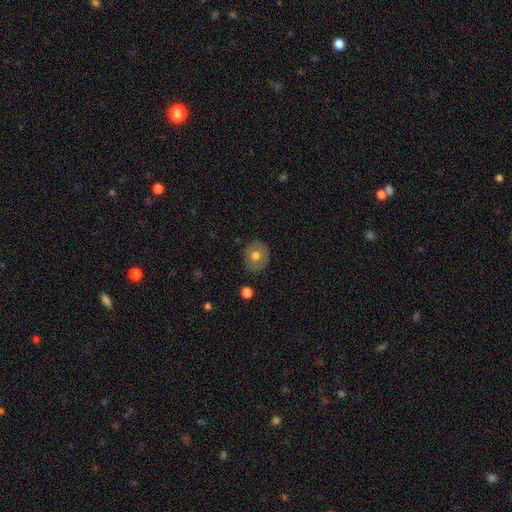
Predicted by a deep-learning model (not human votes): This is likely a smooth galaxy (64%). How rounded: likely round (75%). Merging: clearly none (85%).